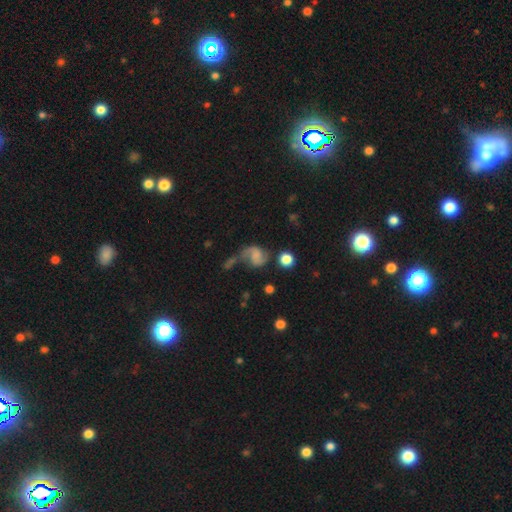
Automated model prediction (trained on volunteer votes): Overall: featured or disk (63%; smooth 27%). Edge-on disk: no (98%). Bar: no (55%; weak 35%). Spiral arms: yes (90%). Spiral arm count: 2 (72%). Spiral winding: loose (52%; medium 36%). Bulge size: none (51%; small 27%). Merging: none (35%; major disturbance 27%).